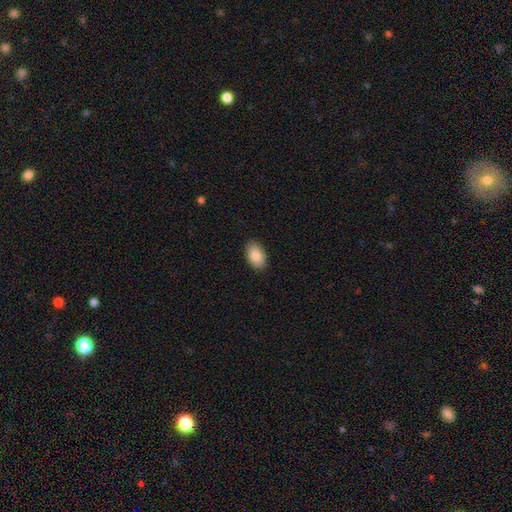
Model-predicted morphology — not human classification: Smooth or featured? smooth (88%)
How rounded? in between (92%)
Merging? none (89%)